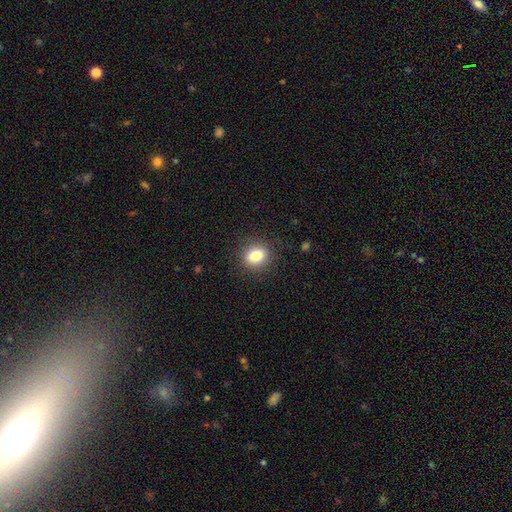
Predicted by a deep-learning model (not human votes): Smooth or featured: smooth — 83% (star or artifact — 10%)
How rounded: round — 53% (in between — 46%)
Merging: none — 87% (minor disturbance — 9%)